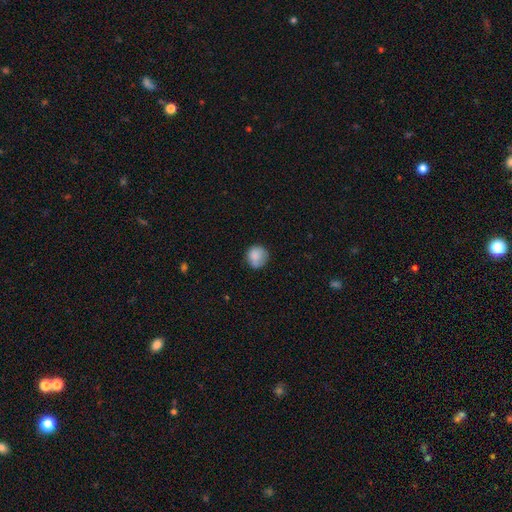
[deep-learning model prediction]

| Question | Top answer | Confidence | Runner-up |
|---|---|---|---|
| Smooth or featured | smooth | 83% | star or artifact (8%) |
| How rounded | round | 90% | in between (9%) |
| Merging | none | 70% | minor disturbance (22%) |